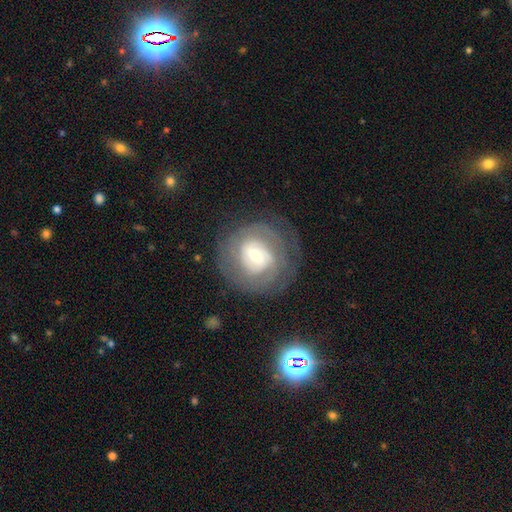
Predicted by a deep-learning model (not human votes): This is likely a featured or disk galaxy (76%). It is clearly not viewed edge-on (97%). Bar: possibly weak (51%). Spiral arm pattern: clearly yes (89%). Spiral arm count: marginally can't tell (37%, tied with 2). Spiral winding: likely tight (66%). Central bulge: possibly small (46%). Merging: likely none (75%).